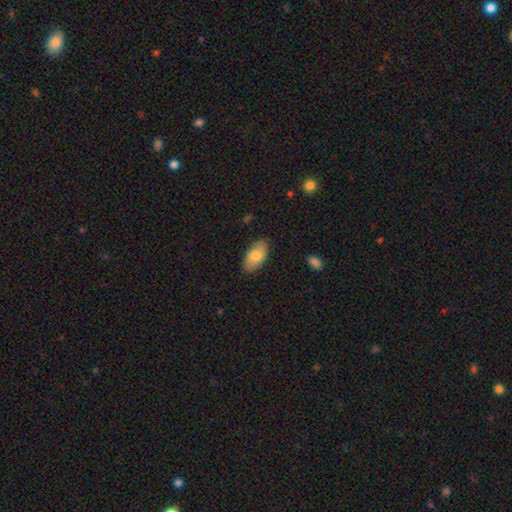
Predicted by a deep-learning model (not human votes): Q: Smooth or featured?
A: smooth (79%); runner-up: featured or disk (15%)
Q: How rounded?
A: in between (94%); runner-up: cigar-shaped (3%)
Q: Merging?
A: none (84%); runner-up: minor disturbance (13%)